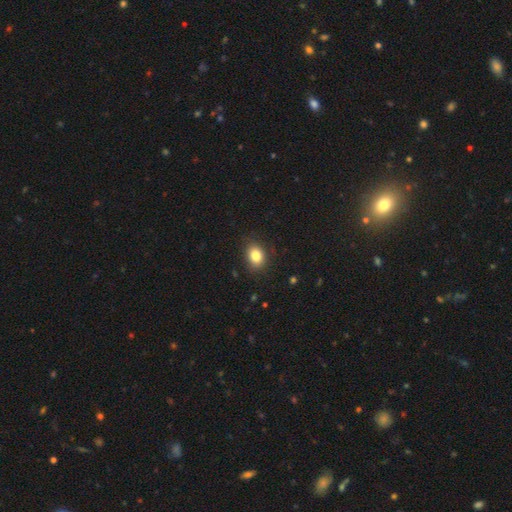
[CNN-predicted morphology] The model was most divided on "how rounded": in between: 63%, round: 36%, cigar-shaped: 1%. More confident: merging — none (85%); smooth or featured — smooth (84%).